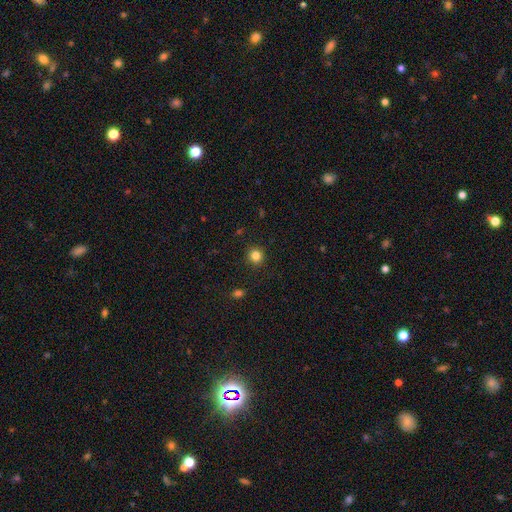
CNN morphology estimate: smooth 83%, star or artifact 12%, featured or disk 4%. Down the decision tree: how rounded — round (90%); merging — none (91%).